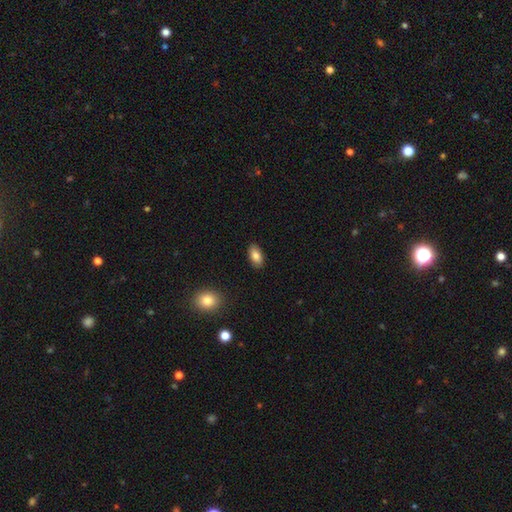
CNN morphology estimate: A smooth galaxy with no disk features (83%) that is in between round and cigar-shaped (93%). Merging: none (89%).